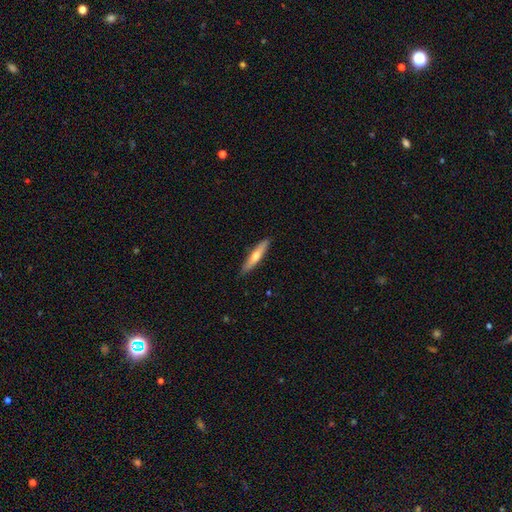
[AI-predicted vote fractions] smooth_or_featured: smooth (p=0.50) [alt: featured or disk p=0.44]
how_rounded: cigar-shaped (p=0.88) [alt: in between p=0.10]
merging: none (p=0.90) [alt: minor disturbance p=0.08]